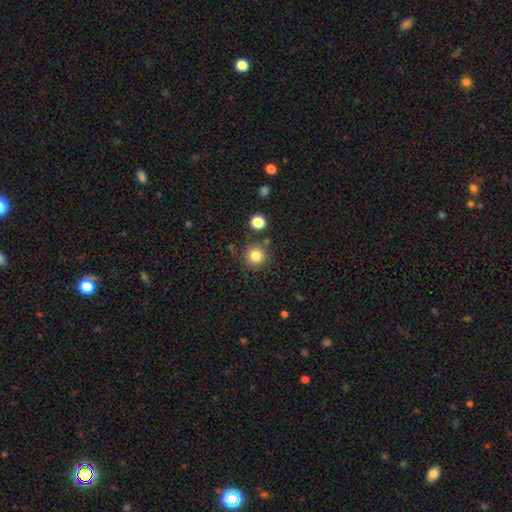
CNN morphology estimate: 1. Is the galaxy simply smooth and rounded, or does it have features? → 82% smooth, 12% star or artifact, 6% featured or disk.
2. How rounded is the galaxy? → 94% round, 5% in between, 1% cigar-shaped.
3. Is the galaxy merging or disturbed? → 82% none, 8% minor disturbance, 6% merger, 3% major disturbance.